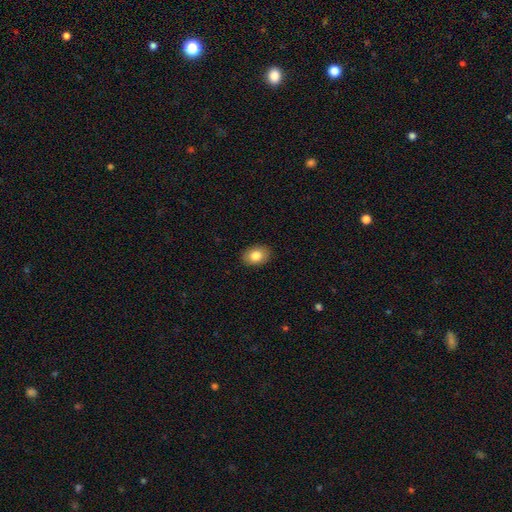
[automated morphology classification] type=smooth (82%); roundness=in between (78%); merging=none (89%).